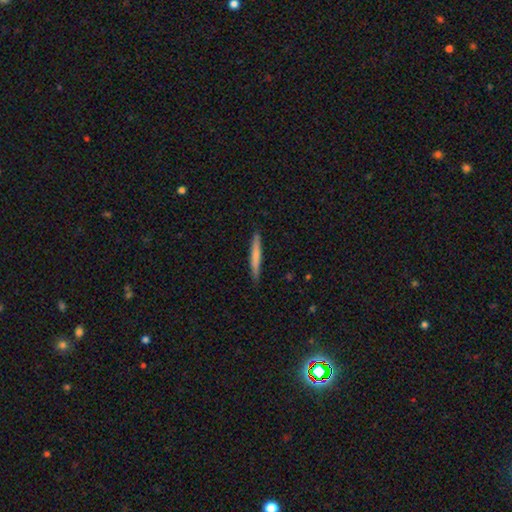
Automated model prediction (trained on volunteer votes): smooth_or_featured: smooth (p=0.68) [alt: featured or disk p=0.26]
how_rounded: cigar-shaped (p=0.96) [alt: in between p=0.03]
merging: none (p=0.87) [alt: minor disturbance p=0.10]